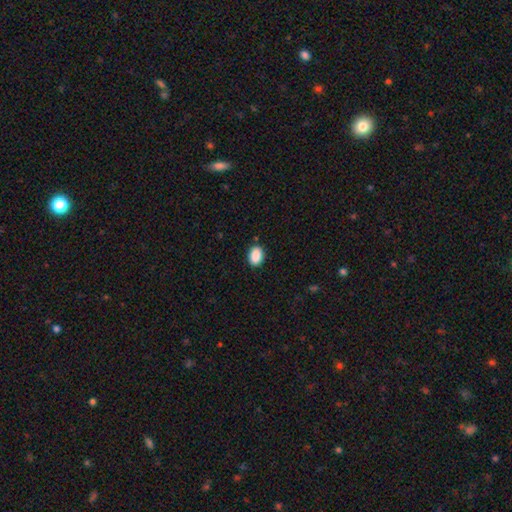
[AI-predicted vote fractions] Overall: smooth (89%). How rounded: in between (80%). Merging: none (87%).